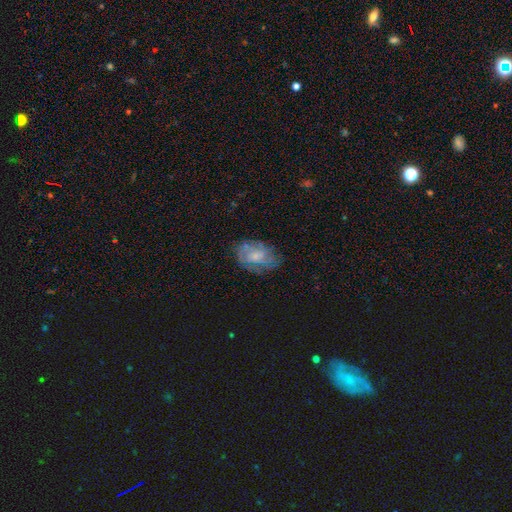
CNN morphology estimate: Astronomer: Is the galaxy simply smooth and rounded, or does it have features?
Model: featured or disk — 62%.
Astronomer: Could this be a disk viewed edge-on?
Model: no — 97%.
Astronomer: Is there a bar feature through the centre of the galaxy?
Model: no — 68%.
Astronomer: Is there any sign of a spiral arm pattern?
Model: yes — 80%.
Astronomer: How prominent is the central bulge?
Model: small — 55%.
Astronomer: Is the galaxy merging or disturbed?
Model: none — 66%.